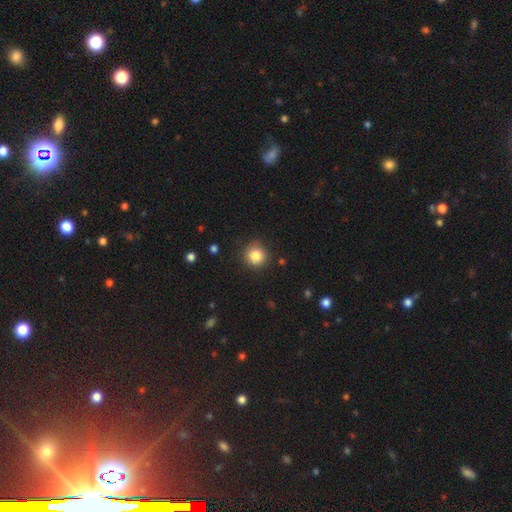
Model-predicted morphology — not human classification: smooth_or_featured: smooth (p=0.84) [alt: star or artifact p=0.11]
how_rounded: round (p=0.93) [alt: in between p=0.06]
merging: none (p=0.84) [alt: minor disturbance p=0.11]